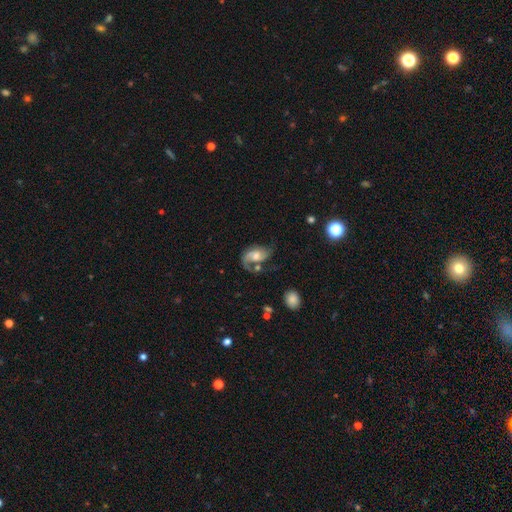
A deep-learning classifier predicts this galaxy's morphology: Smooth or featured: featured or disk — 76% (smooth — 17%)
Edge-on disk: no — 97% (yes — 3%)
Bar: no — 55% (weak — 36%)
Spiral arms: yes — 92% (no — 8%)
Spiral winding: medium — 43% (loose — 40%)
Spiral arm count: 2 — 63% (1 — 28%)
Bulge size: moderate — 57% (small — 24%)
Merging: none — 43% (major disturbance — 24%)